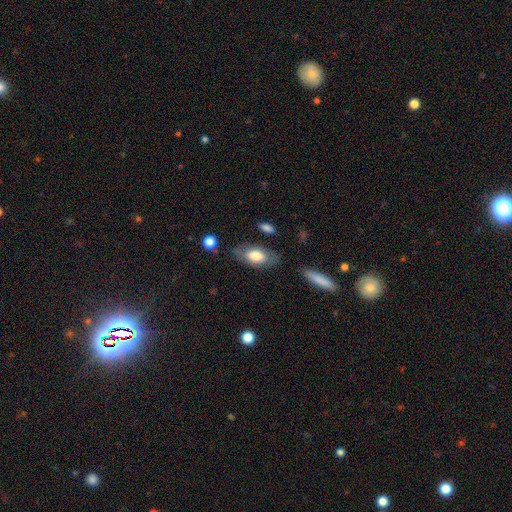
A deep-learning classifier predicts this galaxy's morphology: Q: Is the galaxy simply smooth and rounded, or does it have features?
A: smooth — 73%.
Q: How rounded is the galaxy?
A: in between — 89%.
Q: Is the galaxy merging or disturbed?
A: none — 74%.